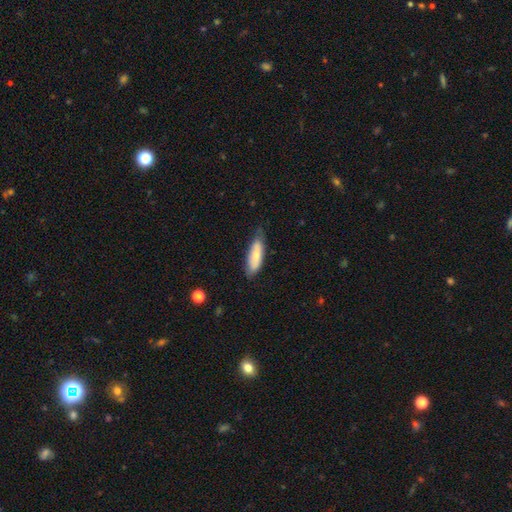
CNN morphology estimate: The model was most divided on "how rounded": in between: 59%, cigar-shaped: 39%, round: 2%. More confident: smooth or featured — smooth (73%); merging — none (66%).